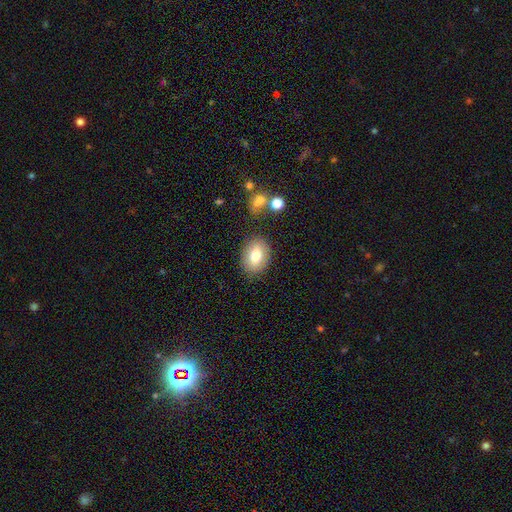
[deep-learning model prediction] The model was most divided on "how rounded": in between: 70%, round: 28%, cigar-shaped: 1%. More confident: merging — none (84%); smooth or featured — smooth (75%).